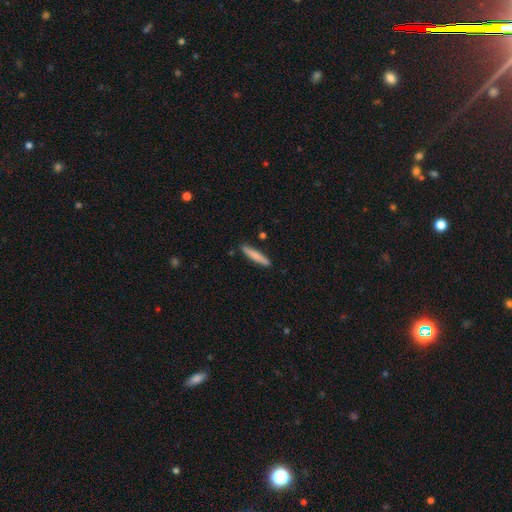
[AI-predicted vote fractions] Q: Smooth or featured?
A: smooth (77%); runner-up: featured or disk (18%)
Q: How rounded?
A: cigar-shaped (92%); runner-up: in between (6%)
Q: Merging?
A: none (88%); runner-up: minor disturbance (9%)